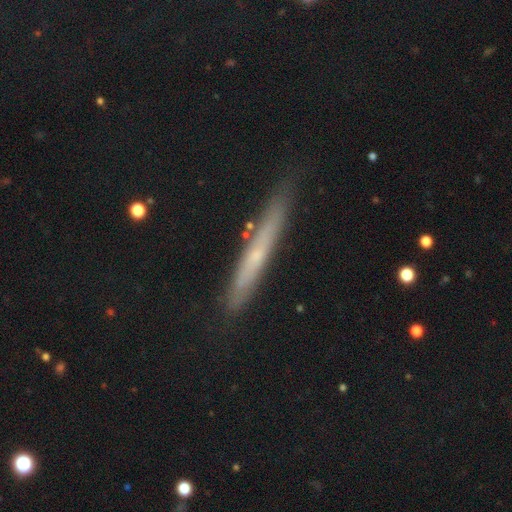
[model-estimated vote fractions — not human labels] Q: Smooth or featured?
A: featured or disk (52%); runner-up: smooth (38%)
Q: Edge-on disk?
A: yes (87%); runner-up: no (13%)
Q: Merging?
A: none (83%); runner-up: minor disturbance (12%)